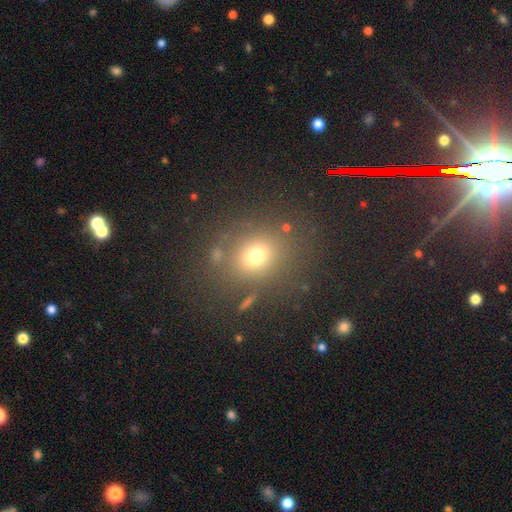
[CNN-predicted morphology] Smooth or featured? Predicted: smooth (p=0.69). How rounded? Predicted: round (p=0.67). Merging? Predicted: none (p=0.79).